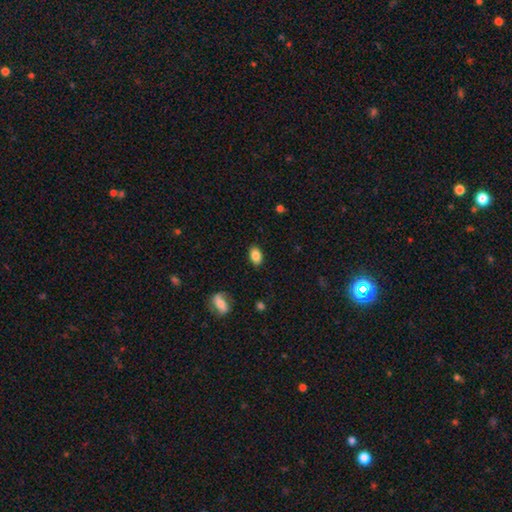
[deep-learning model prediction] smooth-or-featured: smooth: 86% | star or artifact: 8% | featured or disk: 6%
  how-rounded: in between: 86% | round: 12% | cigar-shaped: 2%
  merging: none: 87% | minor disturbance: 10% | major disturbance: 2% | merger: 1%